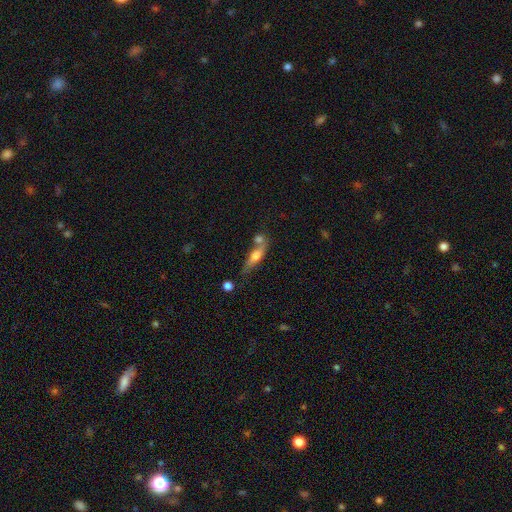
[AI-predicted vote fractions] Smooth or featured? Predicted: smooth (p=0.55). How rounded? Predicted: cigar-shaped (p=0.58). Merging? Predicted: none (p=0.46).